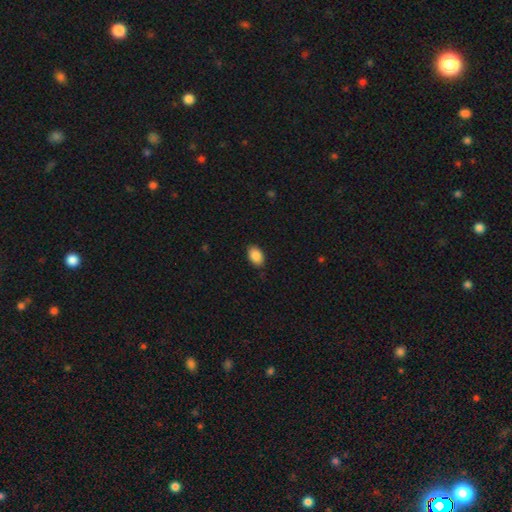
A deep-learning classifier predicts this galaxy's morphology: type=smooth (88%); roundness=in between (88%); merging=none (86%).